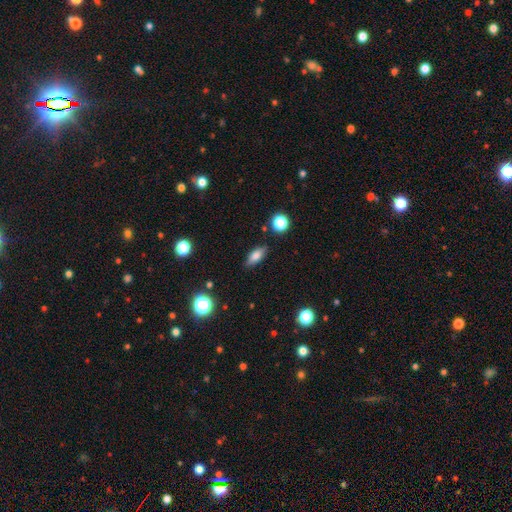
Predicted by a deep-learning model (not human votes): A smooth galaxy with no disk features (74%) that is in between round and cigar-shaped (75%). Merging: none (85%).